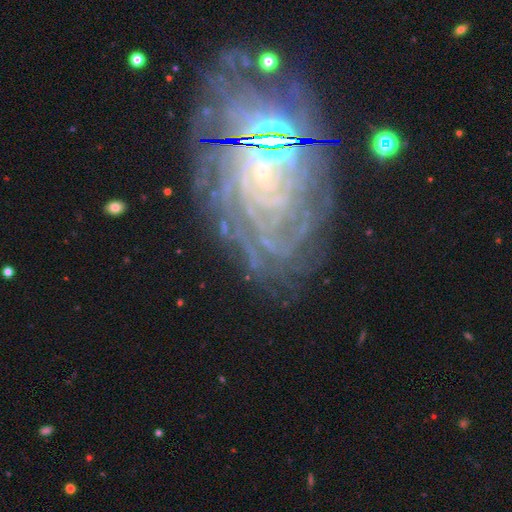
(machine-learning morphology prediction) Q: Smooth or featured?
A: featured or disk (79%); runner-up: star or artifact (14%)
Q: Edge-on disk?
A: no (96%); runner-up: yes (4%)
Q: Bar?
A: no (67%); runner-up: weak (21%)
Q: Spiral arms?
A: yes (94%); runner-up: no (6%)
Q: Spiral winding?
A: tight (80%); runner-up: medium (16%)
Q: Spiral arm count?
A: can't tell (28%); runner-up: more than 4 (26%)
Q: Bulge size?
A: small (75%); runner-up: moderate (14%)
Q: Merging?
A: none (72%); runner-up: minor disturbance (16%)